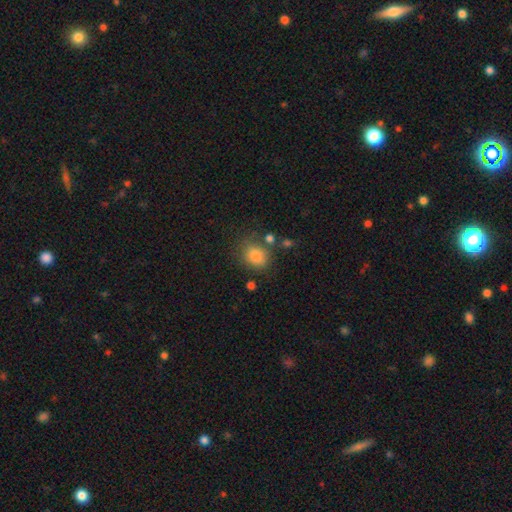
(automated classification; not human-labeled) This is clearly a smooth galaxy (83%). How rounded: possibly round (54%). Merging: likely none (69%).